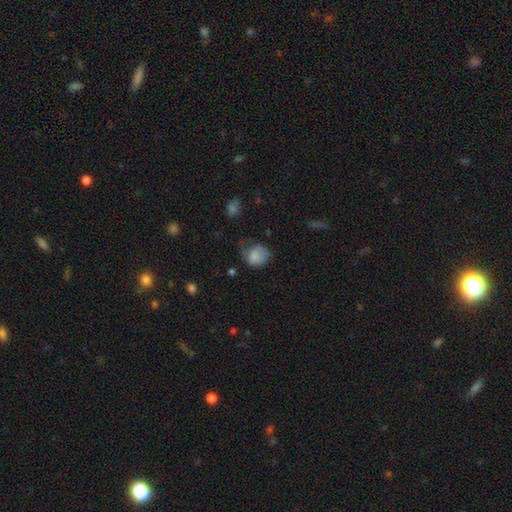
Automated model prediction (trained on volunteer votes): A smooth galaxy with no disk features (77%) that is round (61%).

Vote fractions:
- Smooth or featured? smooth: 77% / featured or disk: 14% / star or artifact: 9%
- How rounded? round: 61% / in between: 38% / cigar-shaped: 1%
- Merging? minor disturbance: 37% / none: 36% / major disturbance: 25% / merger: 2%